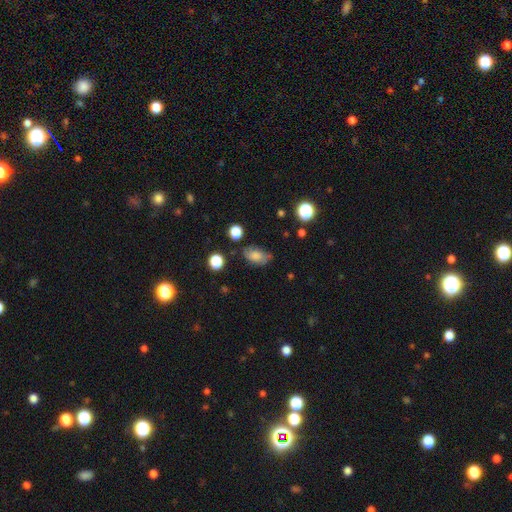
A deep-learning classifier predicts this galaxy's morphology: Smooth or featured: smooth — 72% (featured or disk — 16%)
How rounded: in between — 87% (round — 10%)
Merging: none — 62% (minor disturbance — 27%)